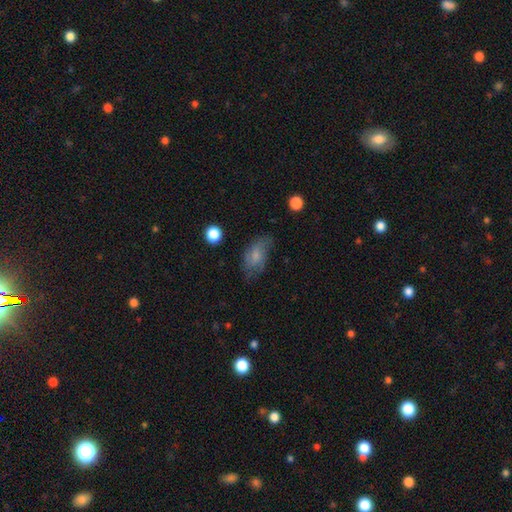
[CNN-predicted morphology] Smooth or featured: smooth — 61% (featured or disk — 30%)
How rounded: in between — 89% (round — 7%)
Merging: none — 60% (minor disturbance — 26%)